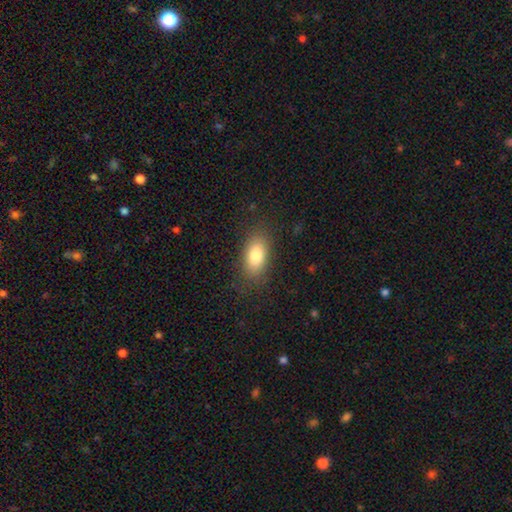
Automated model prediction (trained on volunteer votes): This appears to be a smooth galaxy with no disk features (80%) that is in between round and cigar-shaped (89%). Merging: none (84%).